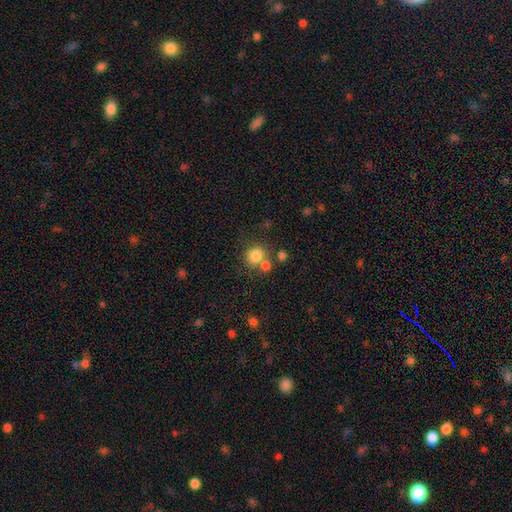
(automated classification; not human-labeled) Overall: smooth (81%). How rounded: round (75%). Merging: none (60%; merger 24%).